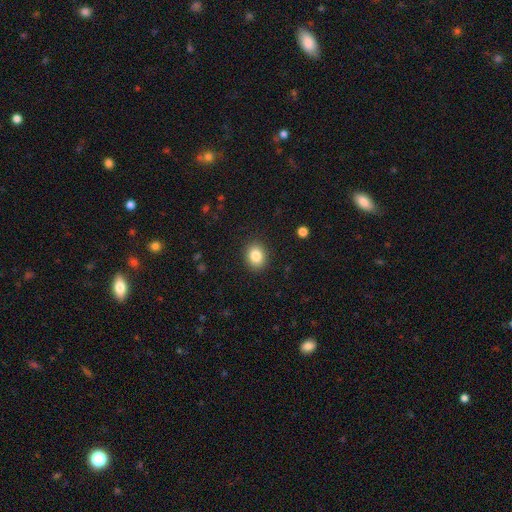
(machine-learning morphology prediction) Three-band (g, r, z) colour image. It shows a smooth galaxy with no disk features (84%) that is round (55%). Merging: none (90%).